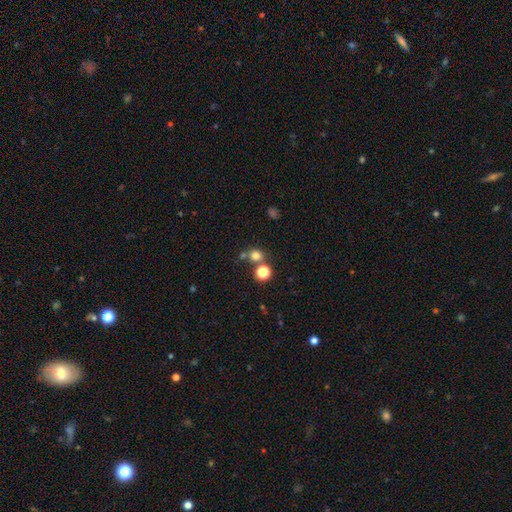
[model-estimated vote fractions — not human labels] Smooth or featured: smooth — 75% (star or artifact — 18%)
How rounded: round — 82% (in between — 17%)
Merging: none — 63% (merger — 24%)